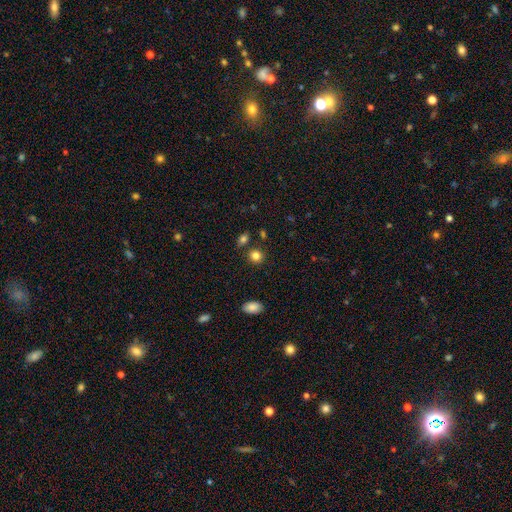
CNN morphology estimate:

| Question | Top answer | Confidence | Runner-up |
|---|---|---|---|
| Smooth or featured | smooth | 84% | star or artifact (11%) |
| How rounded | round | 81% | in between (18%) |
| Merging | none | 83% | minor disturbance (9%) |